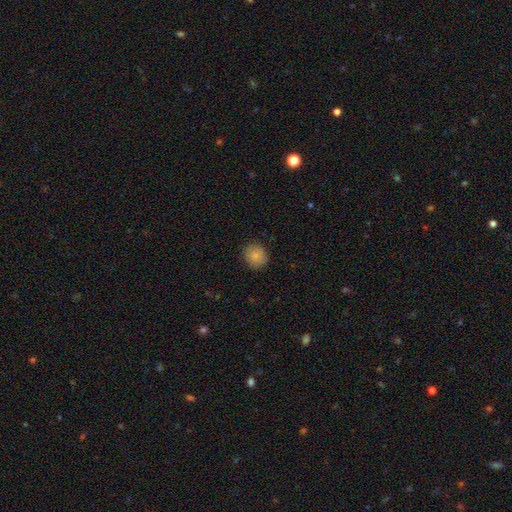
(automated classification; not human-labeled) Morphology: type=smooth (85%); roundness=round (82%); merging=none (89%).